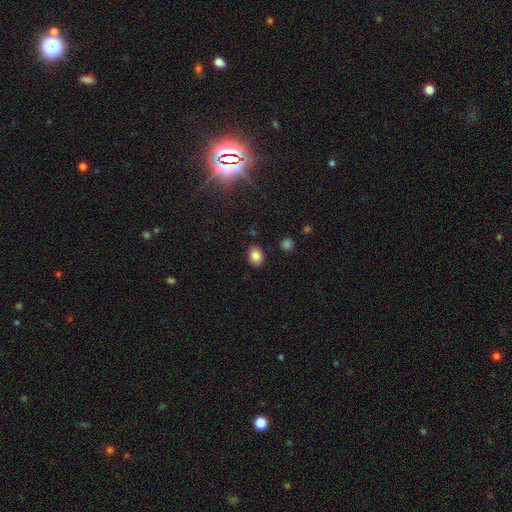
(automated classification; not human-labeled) This is clearly a smooth galaxy (83%). How rounded: possibly in between (60%). Merging: clearly none (86%).